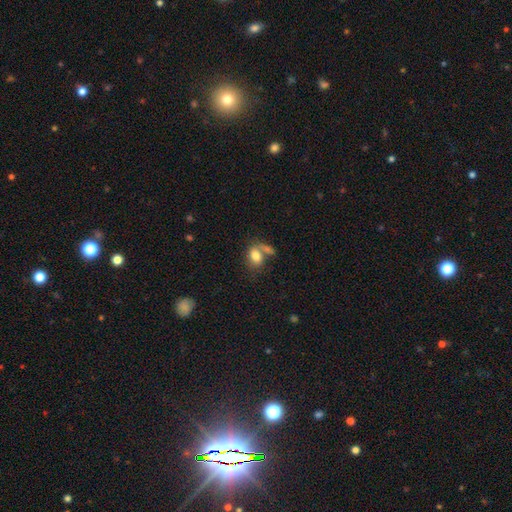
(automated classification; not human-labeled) Smooth or featured?
  - smooth: 78% *
  - featured or disk: 13%
  - star or artifact: 8%
How rounded?
  - in between: 78% *
  - round: 20%
  - cigar-shaped: 2%
Merging?
  - none: 40% *
  - merger: 37%
  - minor disturbance: 14%
  - major disturbance: 9%